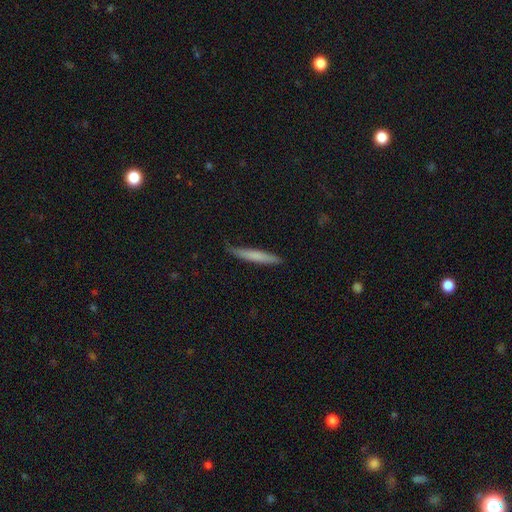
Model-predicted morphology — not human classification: type=smooth (71%); roundness=cigar-shaped (94%); merging=none (74%).